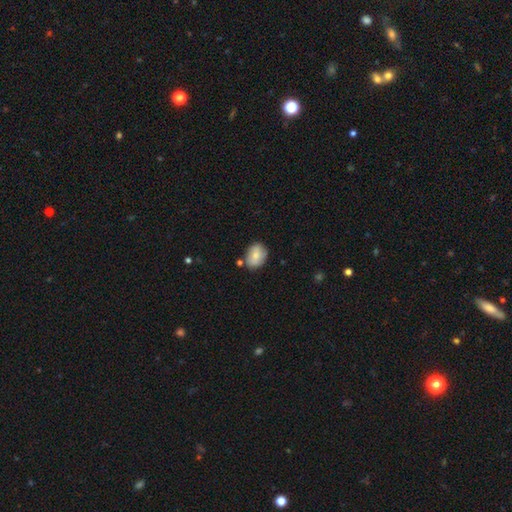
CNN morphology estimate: Smooth or featured?
  - smooth: 77% *
  - featured or disk: 16%
  - star or artifact: 7%
How rounded?
  - in between: 68% *
  - round: 31%
  - cigar-shaped: 1%
Merging?
  - none: 71% *
  - minor disturbance: 19%
  - merger: 6%
  - major disturbance: 4%